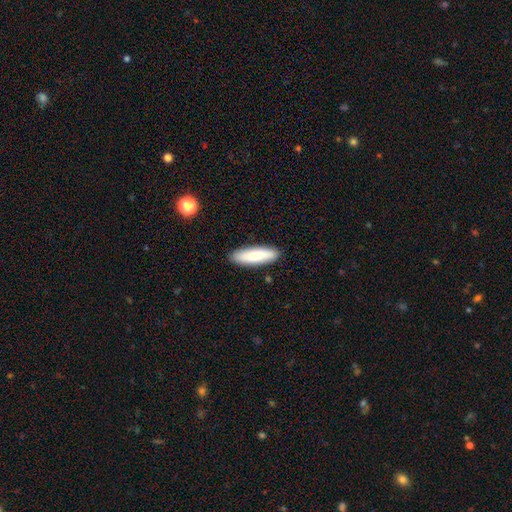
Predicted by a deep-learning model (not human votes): Smooth or featured: smooth — 84% (featured or disk — 11%)
How rounded: cigar-shaped — 56% (in between — 42%)
Merging: none — 89% (minor disturbance — 8%)